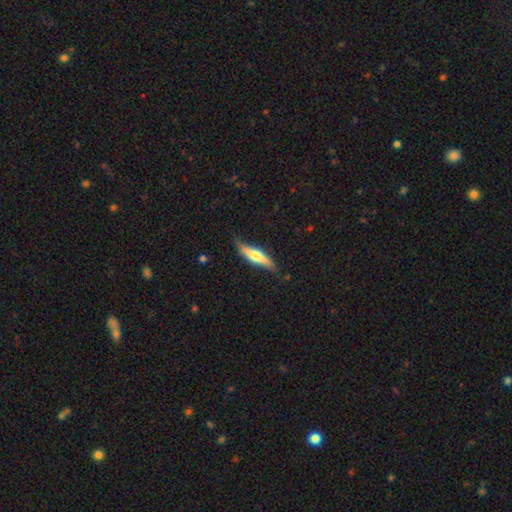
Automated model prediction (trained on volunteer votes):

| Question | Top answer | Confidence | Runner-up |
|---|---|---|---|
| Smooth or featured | featured or disk | 49% | smooth (46%) |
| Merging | none | 70% | minor disturbance (24%) |